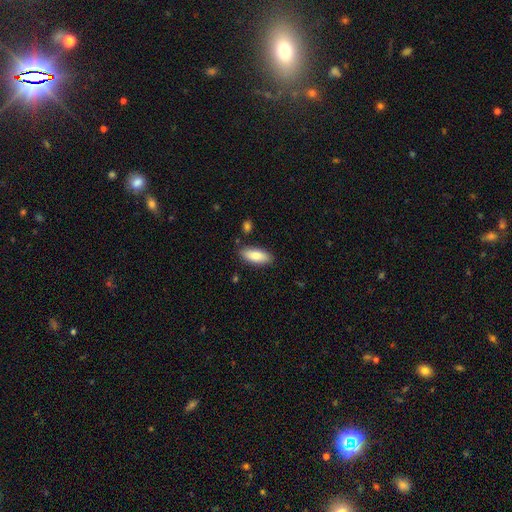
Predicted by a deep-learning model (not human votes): smooth 85%, featured or disk 9%, star or artifact 6%. Down the decision tree: how rounded — in between (78%); merging — none (85%).